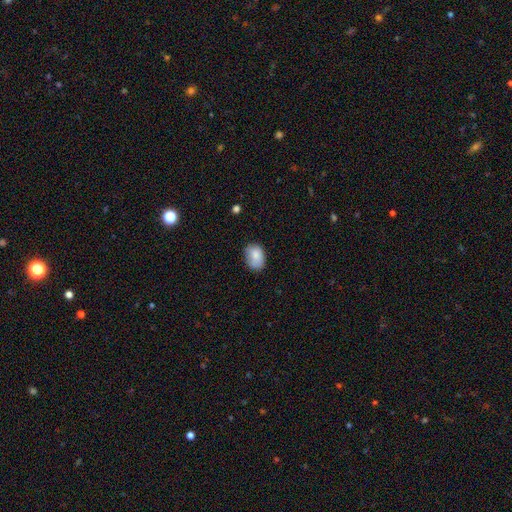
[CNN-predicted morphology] smooth 84%, featured or disk 9%, star or artifact 8%. Down the decision tree: how rounded — in between (78%); merging — none (70%).